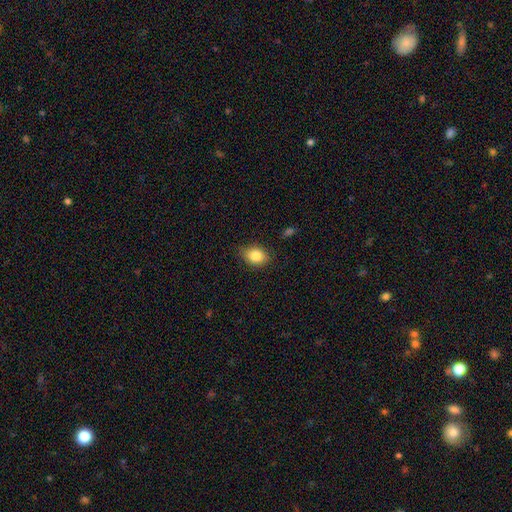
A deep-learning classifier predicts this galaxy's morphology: smooth-or-featured: smooth: 84% | star or artifact: 8% | featured or disk: 7%
  how-rounded: in between: 69% | round: 30% | cigar-shaped: 1%
  merging: none: 81% | minor disturbance: 15% | major disturbance: 3% | merger: 1%